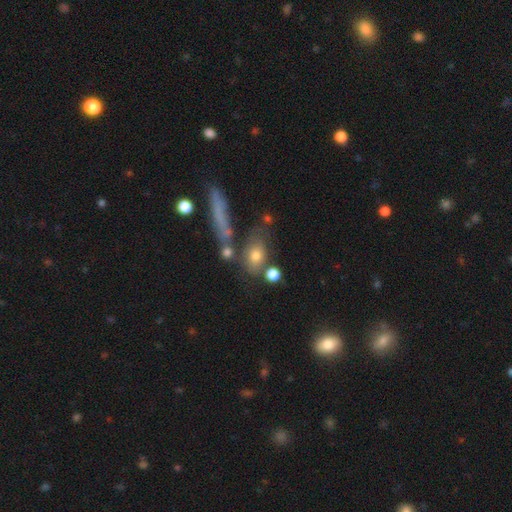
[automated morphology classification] The model was most divided on "how rounded": in between: 62%, round: 27%, cigar-shaped: 11%. More confident: smooth or featured — smooth (71%); merging — none (56%).